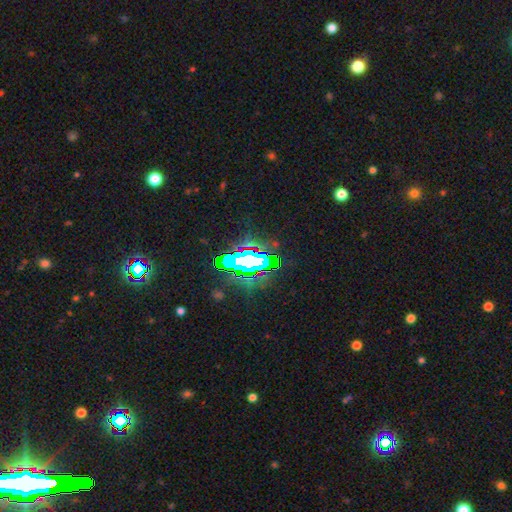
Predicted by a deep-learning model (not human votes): This appears to be a star or artifact, not a galaxy (68%).